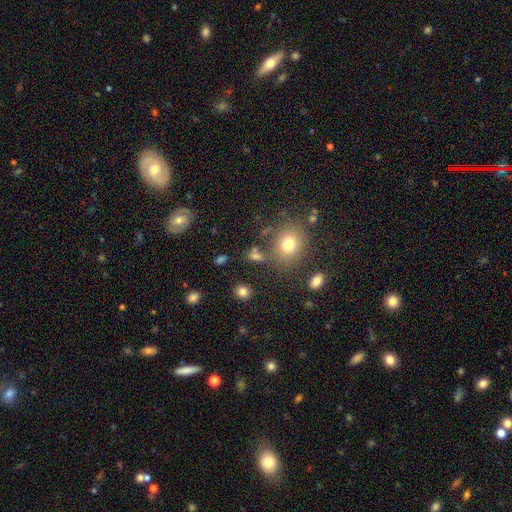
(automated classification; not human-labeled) A smooth galaxy with no disk features (72%) that is in between round and cigar-shaped (61%).

Vote fractions:
- Smooth or featured? smooth: 72% / star or artifact: 18% / featured or disk: 10%
- How rounded? in between: 61% / round: 34% / cigar-shaped: 5%
- Merging? none: 65% / merger: 15% / minor disturbance: 13% / major disturbance: 7%